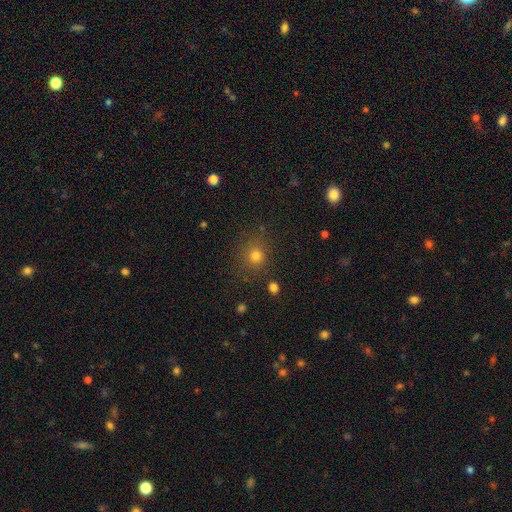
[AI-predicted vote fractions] Smooth or featured?
  - smooth: 76% *
  - star or artifact: 17%
  - featured or disk: 7%
How rounded?
  - round: 88% *
  - in between: 11%
  - cigar-shaped: 1%
Merging?
  - none: 84% *
  - minor disturbance: 9%
  - major disturbance: 4%
  - merger: 3%